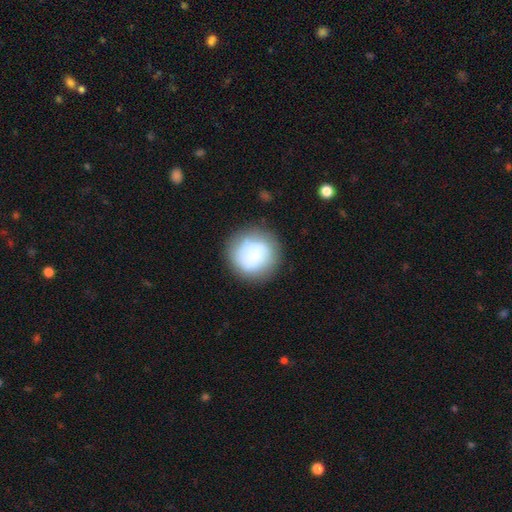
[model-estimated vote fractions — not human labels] The model was most divided on "smooth or featured": smooth: 69%, featured or disk: 23%, star or artifact: 8%. More confident: how rounded — round (92%); merging — none (70%).